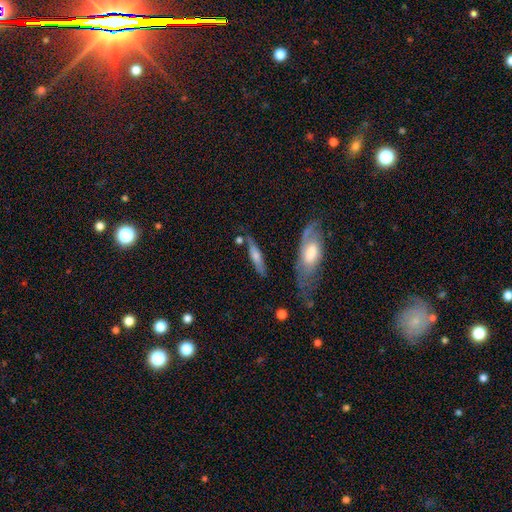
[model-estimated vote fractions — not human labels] Q: Smooth or featured?
A: smooth (54%); runner-up: featured or disk (39%)
Q: How rounded?
A: cigar-shaped (76%); runner-up: in between (21%)
Q: Merging?
A: none (70%); runner-up: minor disturbance (17%)